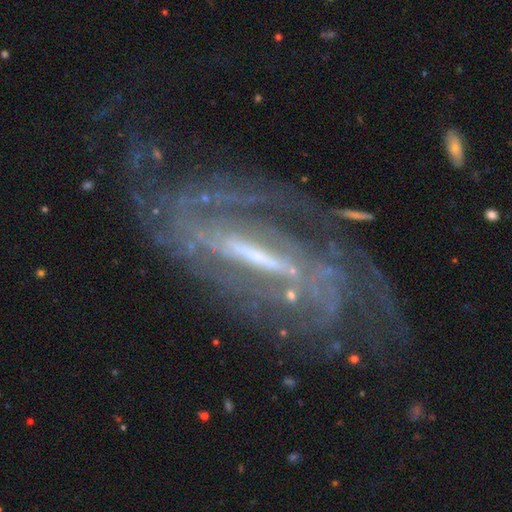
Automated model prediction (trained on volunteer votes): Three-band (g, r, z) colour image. It shows a featured or disk galaxy (88%) with a strong bar (67%), 2 (40%) tight (45%) spiral arms (91%) and a small central bulge (38%). Merging: none (58%).